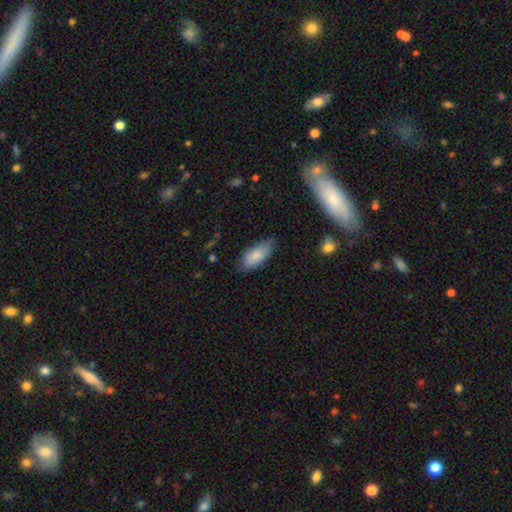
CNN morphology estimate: smooth-or-featured: smooth: 84% | featured or disk: 10% | star or artifact: 6%
  how-rounded: in between: 83% | cigar-shaped: 15% | round: 2%
  merging: none: 69% | minor disturbance: 25% | major disturbance: 4% | merger: 1%